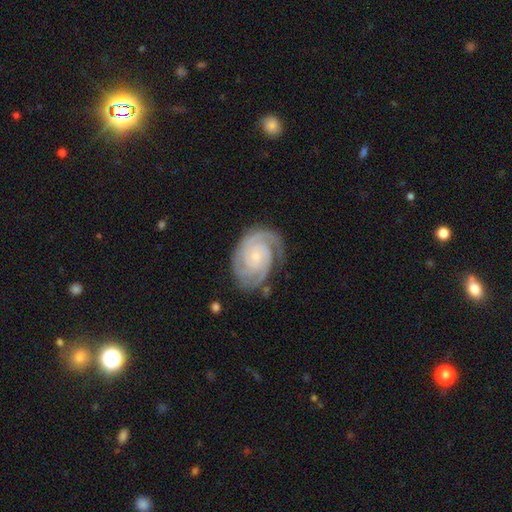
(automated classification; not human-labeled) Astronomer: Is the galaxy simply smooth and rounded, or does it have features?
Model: featured or disk — 91%.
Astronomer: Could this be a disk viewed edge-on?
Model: no — 98%.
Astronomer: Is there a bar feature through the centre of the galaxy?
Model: no — 73%.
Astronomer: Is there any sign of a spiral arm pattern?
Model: yes — 99%.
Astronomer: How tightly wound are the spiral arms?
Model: tight — 75%.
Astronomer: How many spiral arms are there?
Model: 2 — 39% (runner-up: 3, 33%).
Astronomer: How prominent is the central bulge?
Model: small — 78%.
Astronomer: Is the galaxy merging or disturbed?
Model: none — 77%.